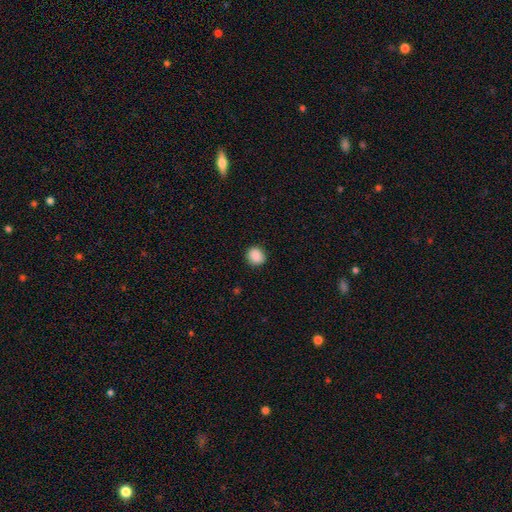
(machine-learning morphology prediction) This appears to be a smooth galaxy with no disk features (89%) that is round (82%). Merging: none (87%).